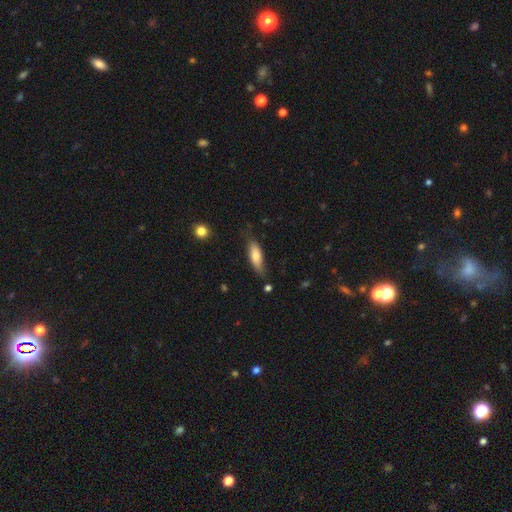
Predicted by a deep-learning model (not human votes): The model was most divided on "how rounded": in between: 55%, cigar-shaped: 43%, round: 2%. More confident: smooth or featured — smooth (77%); merging — none (69%).